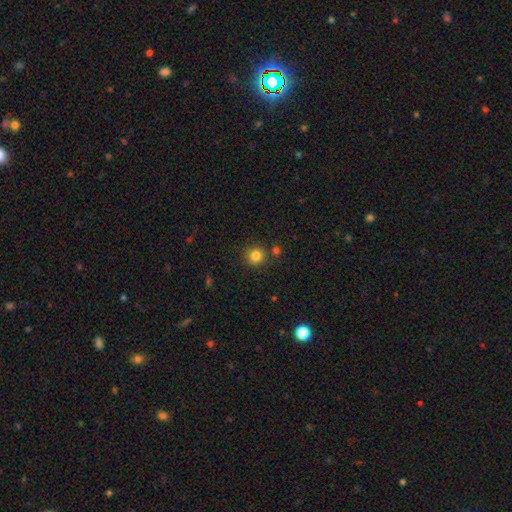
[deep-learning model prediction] The model was most divided on "smooth or featured": smooth: 83%, star or artifact: 12%, featured or disk: 5%. More confident: how rounded — round (90%); merging — none (83%).